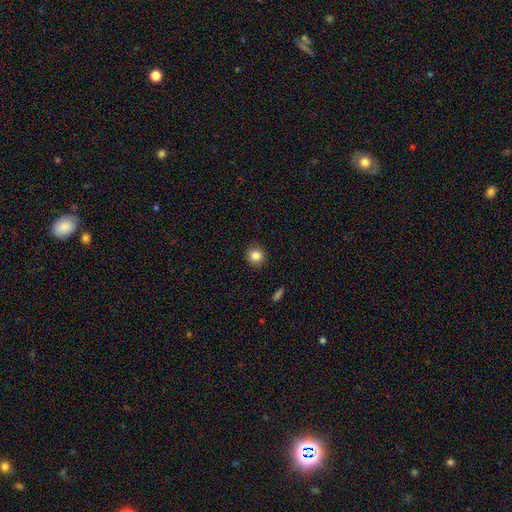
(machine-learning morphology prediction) Smooth or featured? Predicted: smooth (p=0.85). How rounded? Predicted: round (p=0.90). Merging? Predicted: none (p=0.90).